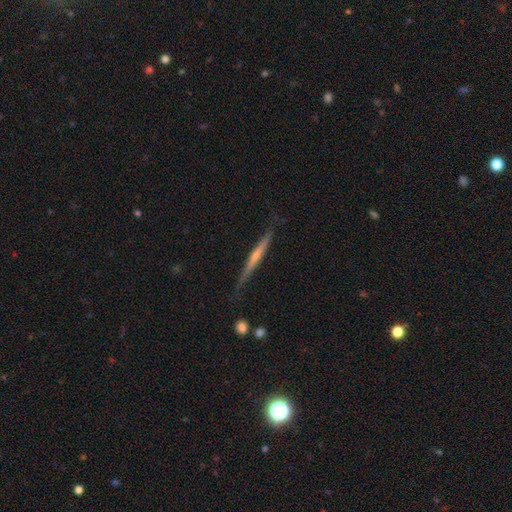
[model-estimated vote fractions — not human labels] The model was most divided on "edge-on bulge": rounded: 50%, none: 44%, boxy: 6%. More confident: edge-on disk — yes (97%); merging — none (83%); smooth or featured — featured or disk (66%).